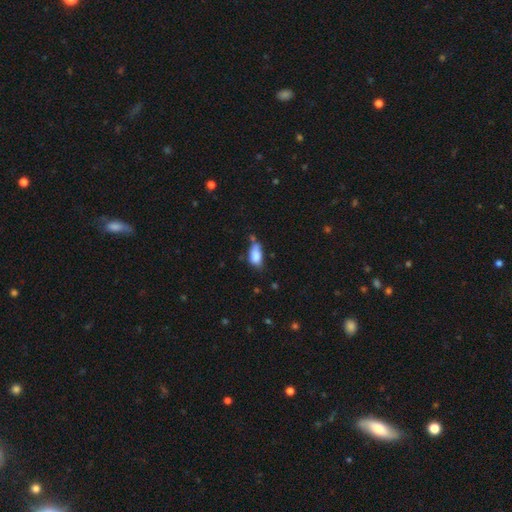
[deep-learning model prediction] smooth_or_featured: smooth (p=0.80) [alt: featured or disk p=0.11]
how_rounded: in between (p=0.88) [alt: cigar-shaped p=0.08]
merging: none (p=0.38) [alt: minor disturbance p=0.36]